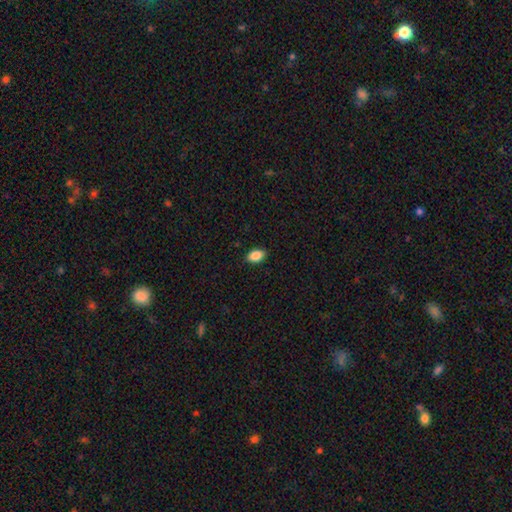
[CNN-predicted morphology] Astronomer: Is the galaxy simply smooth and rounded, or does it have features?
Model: smooth — 86%.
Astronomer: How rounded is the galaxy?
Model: in between — 90%.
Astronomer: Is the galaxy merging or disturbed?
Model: none — 88%.